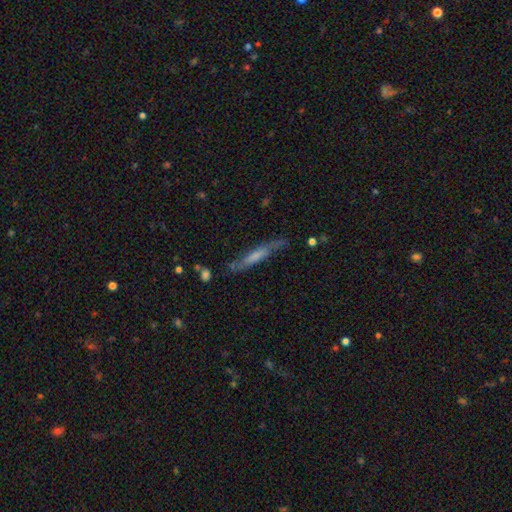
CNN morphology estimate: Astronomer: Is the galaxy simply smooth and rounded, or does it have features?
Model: featured or disk — 48% (runner-up: smooth, 45%).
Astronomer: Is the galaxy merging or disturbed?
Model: none — 65%.